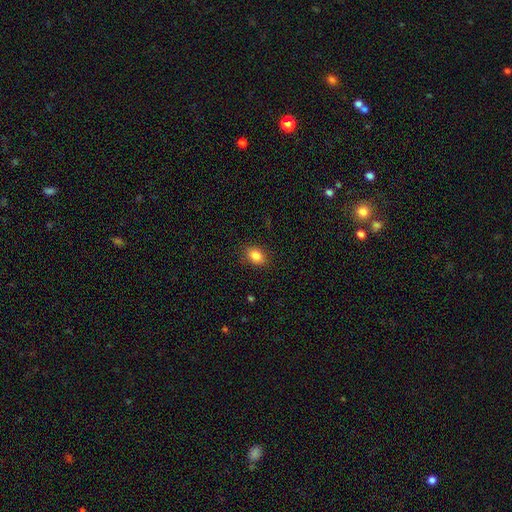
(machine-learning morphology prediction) A smooth galaxy with no disk features (85%) that is in between round and cigar-shaped (71%). Merging: none (85%).